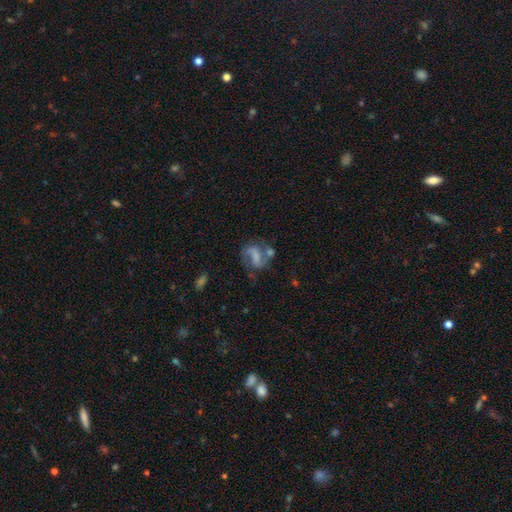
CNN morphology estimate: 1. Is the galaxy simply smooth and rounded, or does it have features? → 71% featured or disk, 20% smooth, 9% star or artifact.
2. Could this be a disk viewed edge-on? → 97% no, 3% yes.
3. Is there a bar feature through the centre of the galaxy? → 40% weak, 34% strong, 26% no.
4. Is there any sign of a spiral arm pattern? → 88% yes, 12% no.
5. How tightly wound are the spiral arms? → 46% medium, 40% loose, 14% tight.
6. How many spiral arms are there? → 82% 2, 9% 1, 6% can't tell, 1% 3, 1% 4, 1% more than 4.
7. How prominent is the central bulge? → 48% none, 25% small, 18% moderate, 7% large, 2% dominant.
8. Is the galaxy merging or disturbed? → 47% none, 20% minor disturbance, 17% major disturbance, 17% merger.